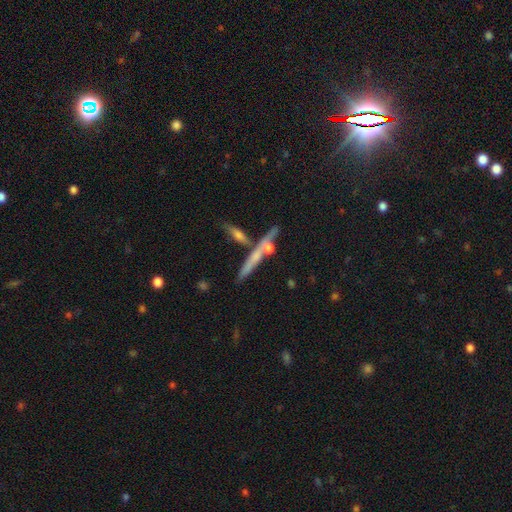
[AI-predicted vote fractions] Smooth or featured?
  - featured or disk: 58% *
  - smooth: 33%
  - star or artifact: 10%
Edge-on disk?
  - yes: 89% *
  - no: 11%
Edge-on bulge?
  - rounded: 52% *
  - none: 39%
  - boxy: 9%
Merging?
  - none: 60% *
  - merger: 25%
  - minor disturbance: 10%
  - major disturbance: 4%